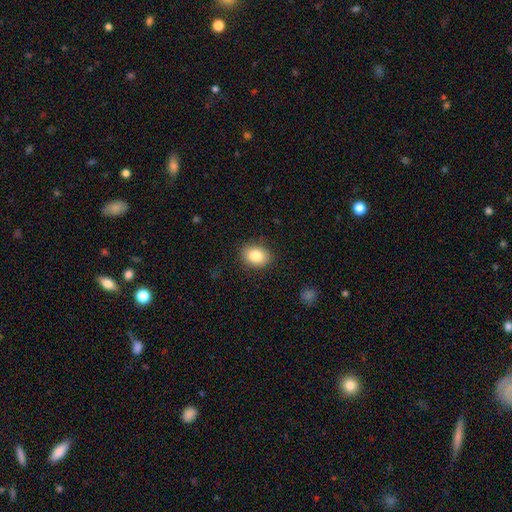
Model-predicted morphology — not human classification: A smooth galaxy with no disk features (83%) that is in between round and cigar-shaped (64%). Merging: none (87%).